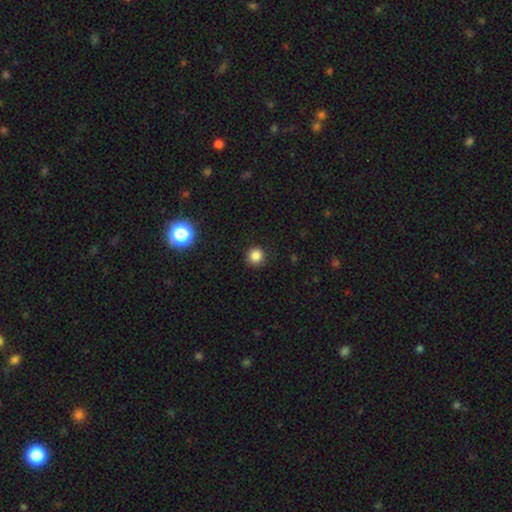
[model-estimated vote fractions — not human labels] Overall: smooth (84%). How rounded: round (93%). Merging: none (91%).